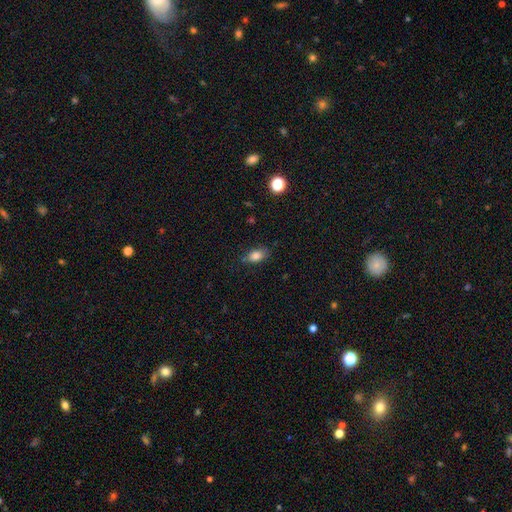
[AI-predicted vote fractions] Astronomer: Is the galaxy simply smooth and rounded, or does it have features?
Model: smooth — 83%.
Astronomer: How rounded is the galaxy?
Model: in between — 84%.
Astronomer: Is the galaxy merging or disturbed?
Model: none — 76%.